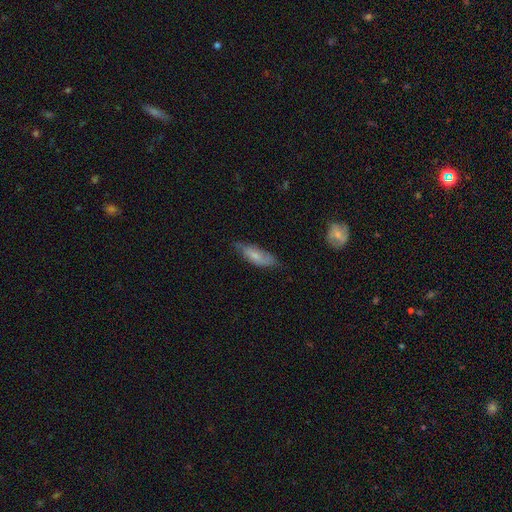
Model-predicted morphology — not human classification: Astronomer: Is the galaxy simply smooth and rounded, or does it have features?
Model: smooth — 61%.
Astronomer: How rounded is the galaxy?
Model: in between — 63%.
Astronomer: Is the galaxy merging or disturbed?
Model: none — 63%.